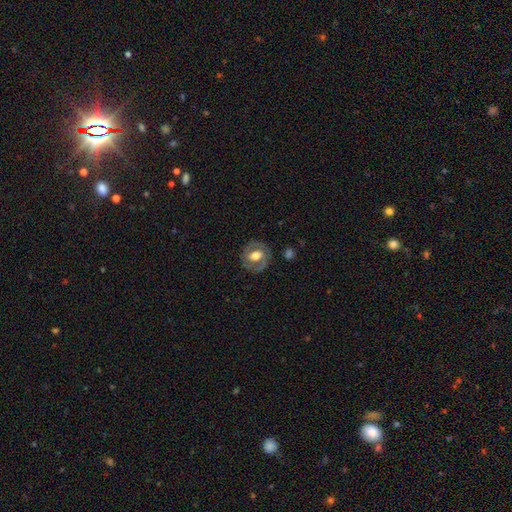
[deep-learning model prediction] Q: Smooth or featured?
A: featured or disk (63%); runner-up: smooth (31%)
Q: Edge-on disk?
A: no (95%); runner-up: yes (5%)
Q: Bar?
A: no (44%); runner-up: weak (35%)
Q: Spiral arms?
A: yes (55%); runner-up: no (45%)
Q: Bulge size?
A: moderate (52%); runner-up: large (36%)
Q: Merging?
A: none (78%); runner-up: minor disturbance (14%)